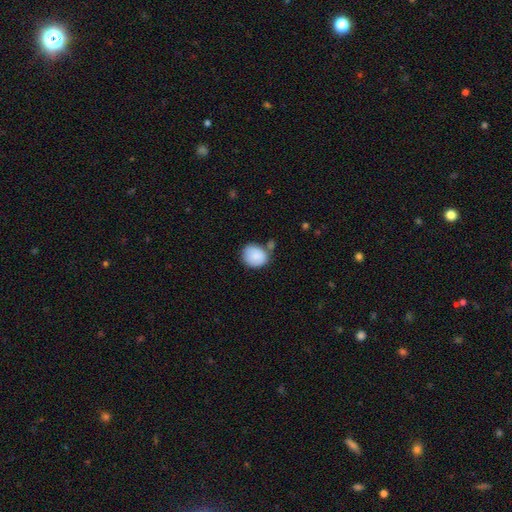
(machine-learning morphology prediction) This appears to be a smooth galaxy with no disk features (87%) that is round (65%). Merging: none (59%).